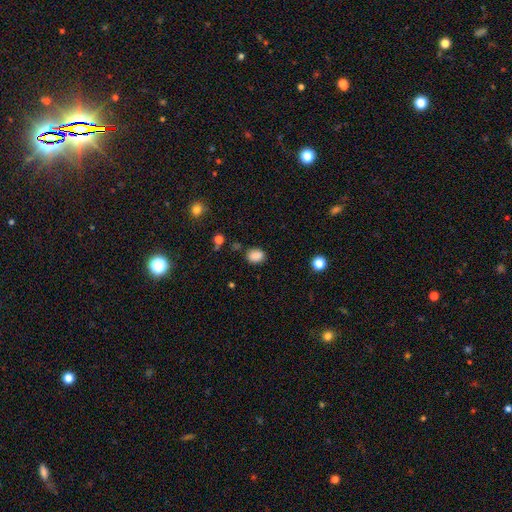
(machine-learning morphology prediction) Overall: smooth (85%). How rounded: in between (59%; round 40%). Merging: none (79%).